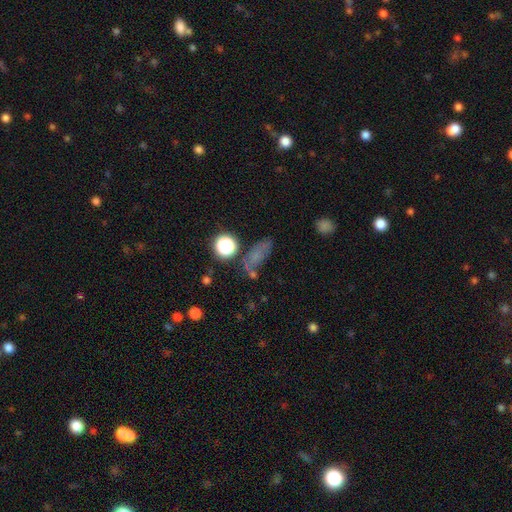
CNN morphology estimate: smooth-or-featured: smooth: 48% | star or artifact: 34% | featured or disk: 18%
  merging: none: 58% | minor disturbance: 19% | major disturbance: 13% | merger: 10%